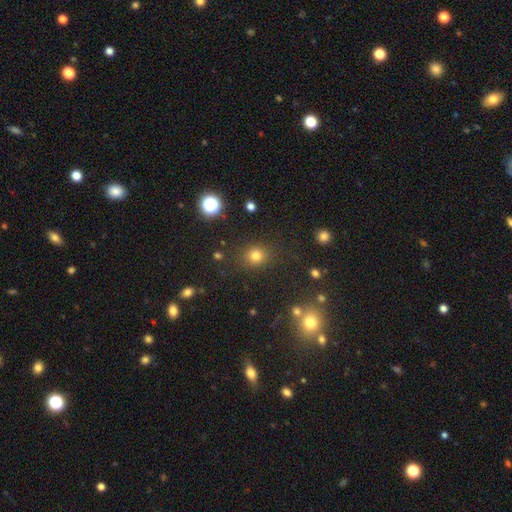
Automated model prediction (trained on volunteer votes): This appears to be a smooth galaxy with no disk features (76%) that is round (85%). Merging: none (86%).